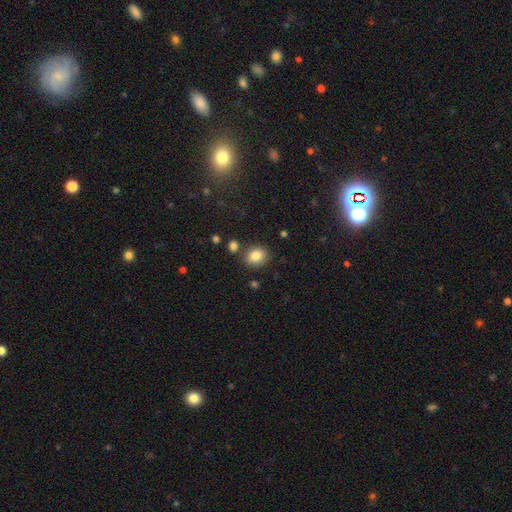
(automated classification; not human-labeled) Q: Smooth or featured?
A: smooth (83%); runner-up: star or artifact (10%)
Q: How rounded?
A: round (63%); runner-up: in between (36%)
Q: Merging?
A: none (82%); runner-up: minor disturbance (9%)